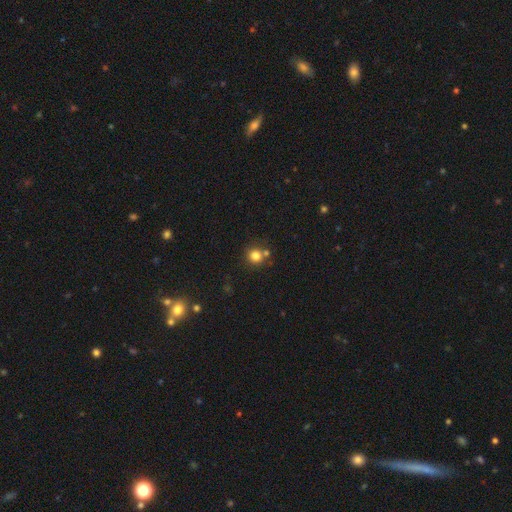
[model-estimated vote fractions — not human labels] A smooth galaxy with no disk features (81%) that is round (91%). Merging: none (70%).